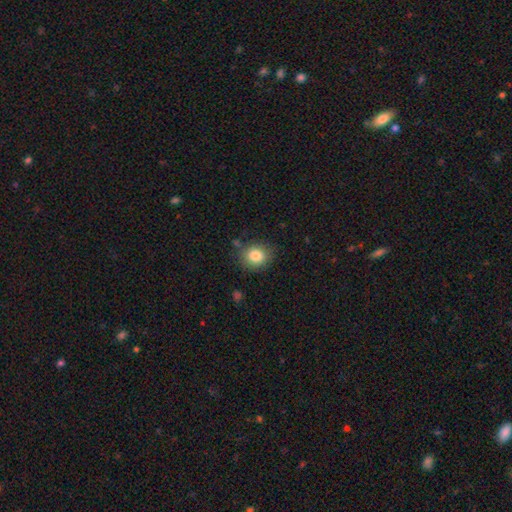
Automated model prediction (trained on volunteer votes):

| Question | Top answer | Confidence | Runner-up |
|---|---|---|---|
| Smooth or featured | smooth | 84% | star or artifact (10%) |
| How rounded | round | 71% | in between (28%) |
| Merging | none | 80% | minor disturbance (14%) |